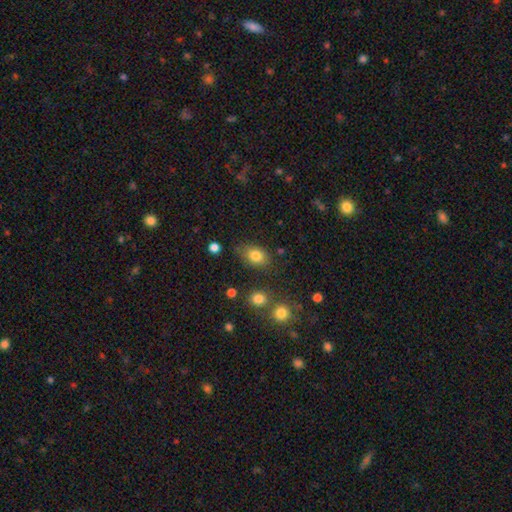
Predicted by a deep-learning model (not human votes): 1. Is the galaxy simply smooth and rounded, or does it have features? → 81% smooth, 11% star or artifact, 9% featured or disk.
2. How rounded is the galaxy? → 73% in between, 25% round, 1% cigar-shaped.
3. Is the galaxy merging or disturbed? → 77% none, 15% minor disturbance, 5% merger, 4% major disturbance.